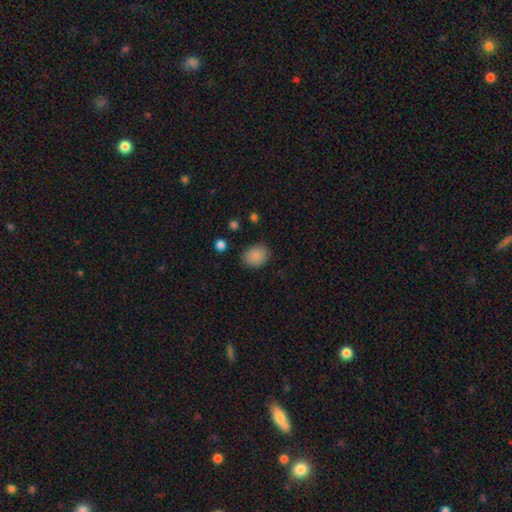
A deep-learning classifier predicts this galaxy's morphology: This appears to be a smooth galaxy with no disk features (88%) that is in between round and cigar-shaped (54%). Merging: none (83%).